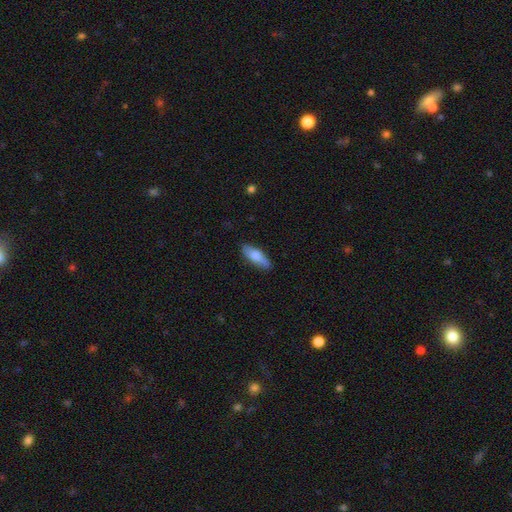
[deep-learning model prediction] This is likely a smooth galaxy (75%). How rounded: possibly in between (58%). Merging: clearly none (86%).